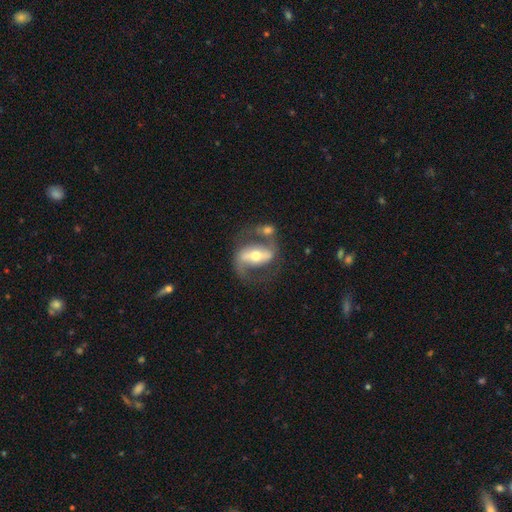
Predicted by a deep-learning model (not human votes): Morphology: type=featured or disk (82%); edge-on=no (93%); bar=strong (60%); spiral arms=yes (85%); winding=medium (48%); arm count=2 (87%); bulge=moderate (66%); merging=none (55%).